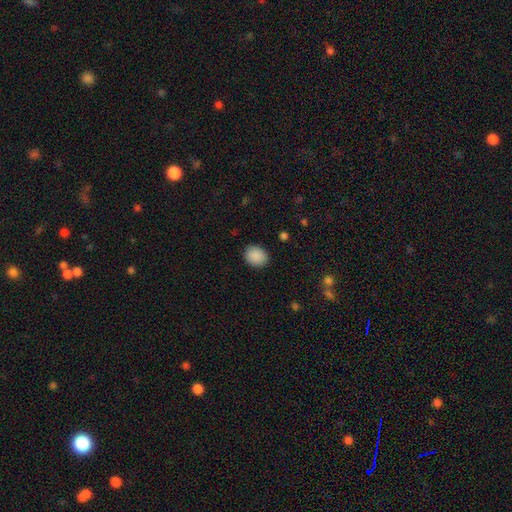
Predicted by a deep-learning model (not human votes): The model was most divided on "how rounded": round: 60%, in between: 39%, cigar-shaped: 1%. More confident: smooth or featured — smooth (90%); merging — none (89%).